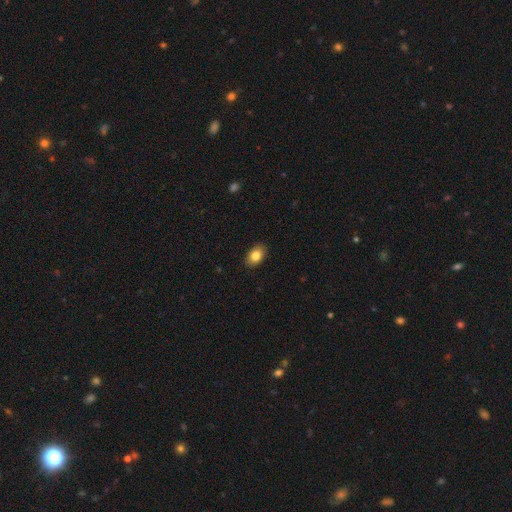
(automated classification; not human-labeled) Smooth or featured?
  - smooth: 84% *
  - featured or disk: 8%
  - star or artifact: 8%
How rounded?
  - in between: 84% *
  - round: 15%
  - cigar-shaped: 1%
Merging?
  - none: 89% *
  - minor disturbance: 8%
  - major disturbance: 2%
  - merger: 1%